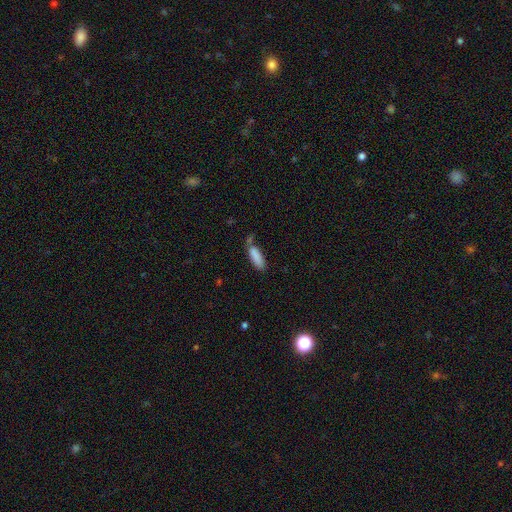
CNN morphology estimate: Q: Smooth or featured?
A: smooth (86%); runner-up: star or artifact (7%)
Q: How rounded?
A: in between (53%); runner-up: cigar-shaped (45%)
Q: Merging?
A: none (56%); runner-up: minor disturbance (23%)